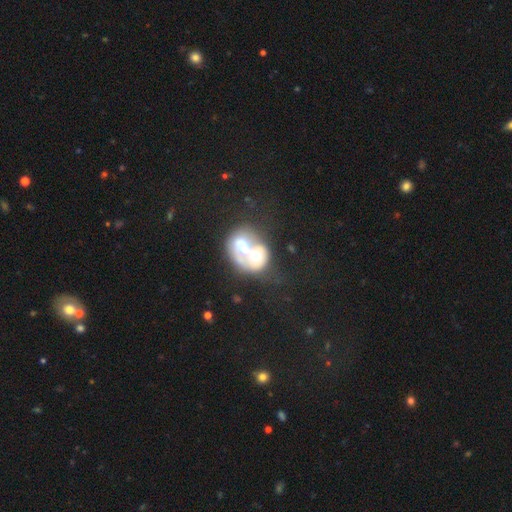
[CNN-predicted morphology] Q: Smooth or featured?
A: featured or disk (52%); runner-up: smooth (39%)
Q: Edge-on disk?
A: no (97%); runner-up: yes (3%)
Q: Bar?
A: no (88%); runner-up: weak (9%)
Q: Spiral arms?
A: no (81%); runner-up: yes (19%)
Q: Bulge size?
A: moderate (67%); runner-up: small (13%)
Q: Merging?
A: merger (81%); runner-up: none (9%)